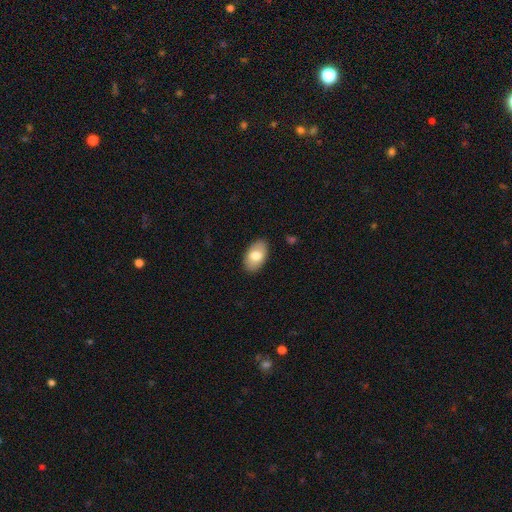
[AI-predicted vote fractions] Morphology: type=smooth (77%); roundness=in between (94%); merging=none (88%).